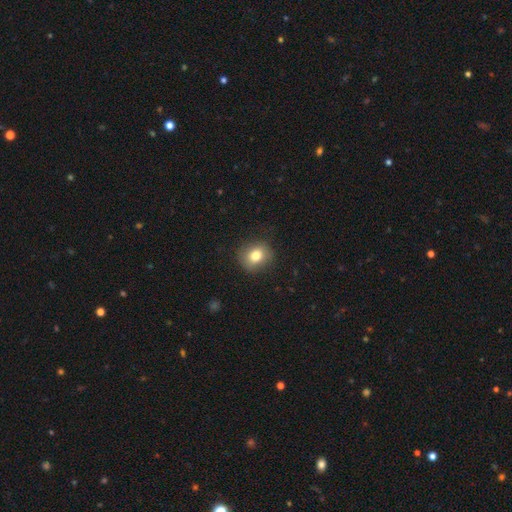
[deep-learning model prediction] A smooth galaxy with no disk features (79%) that is round (70%).

Vote fractions:
- Smooth or featured? smooth: 79% / featured or disk: 11% / star or artifact: 10%
- How rounded? round: 70% / in between: 29% / cigar-shaped: 1%
- Merging? none: 85% / minor disturbance: 11% / major disturbance: 3% / merger: 1%